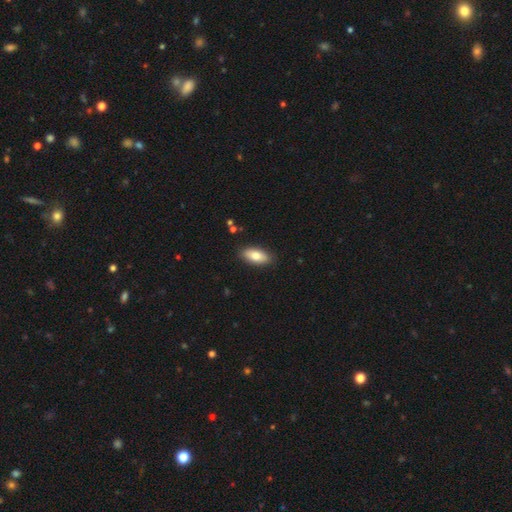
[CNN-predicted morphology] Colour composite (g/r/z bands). It shows a smooth galaxy with no disk features (79%) that is in between round and cigar-shaped (87%). Merging: none (87%).